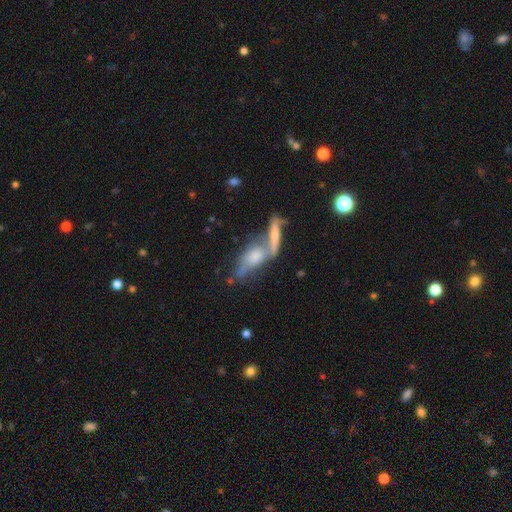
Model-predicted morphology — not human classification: Q: Smooth or featured?
A: featured or disk (59%); runner-up: smooth (28%)
Q: Edge-on disk?
A: no (56%); runner-up: yes (44%)
Q: Merging?
A: merger (56%); runner-up: none (25%)